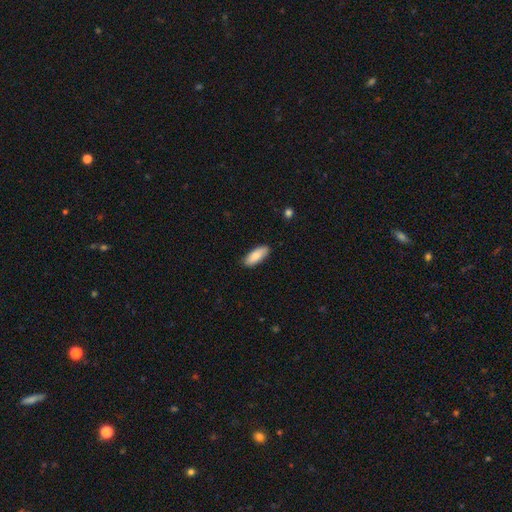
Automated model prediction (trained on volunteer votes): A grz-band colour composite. It shows a smooth galaxy with no disk features (83%) that is in between round and cigar-shaped (80%). Merging: none (87%).